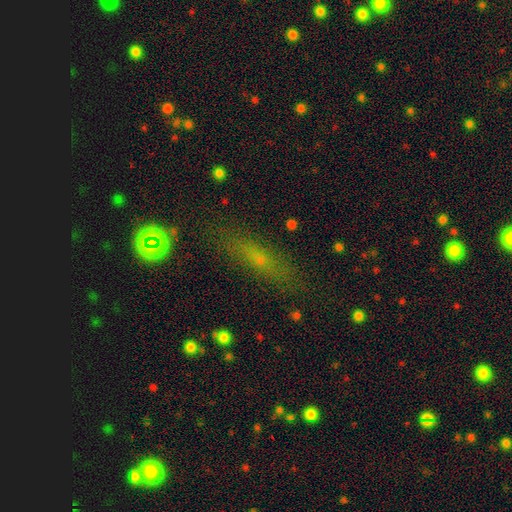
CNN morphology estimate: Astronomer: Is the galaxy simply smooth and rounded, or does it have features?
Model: smooth — 52%.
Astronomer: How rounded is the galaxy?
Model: cigar-shaped — 66%.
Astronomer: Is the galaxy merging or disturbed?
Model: none — 75%.